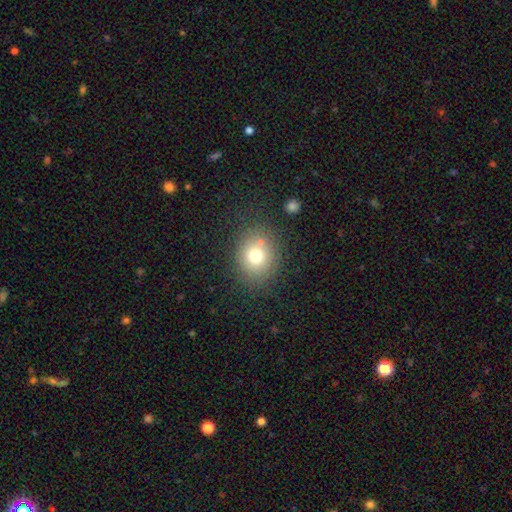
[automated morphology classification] Smooth or featured: smooth — 73% (star or artifact — 14%)
How rounded: round — 71% (in between — 28%)
Merging: none — 77% (minor disturbance — 12%)